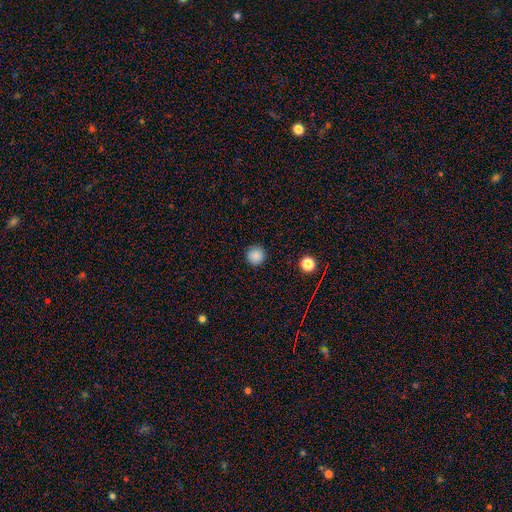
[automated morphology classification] Overall: smooth (86%). How rounded: round (96%). Merging: none (91%).